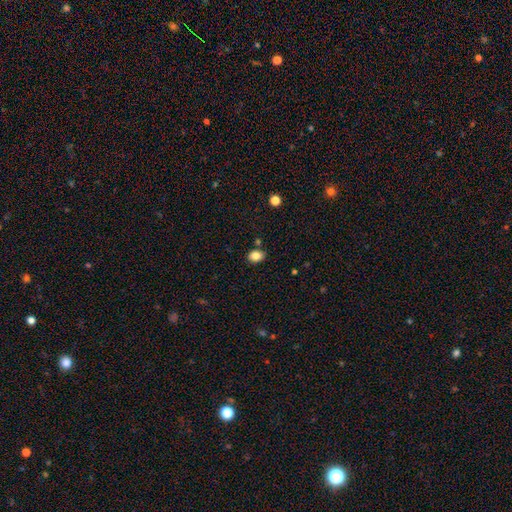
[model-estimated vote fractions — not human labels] Q: Smooth or featured?
A: smooth (85%); runner-up: star or artifact (10%)
Q: How rounded?
A: in between (73%); runner-up: round (26%)
Q: Merging?
A: none (81%); runner-up: minor disturbance (12%)